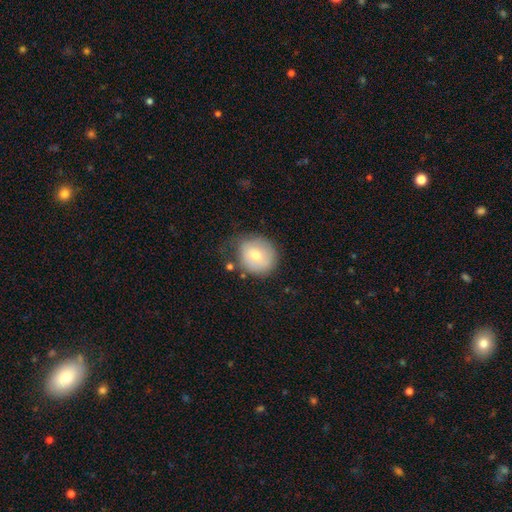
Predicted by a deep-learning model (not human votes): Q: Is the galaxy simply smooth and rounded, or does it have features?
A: smooth — 71%.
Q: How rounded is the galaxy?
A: round — 84%.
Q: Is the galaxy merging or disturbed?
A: none — 60%.